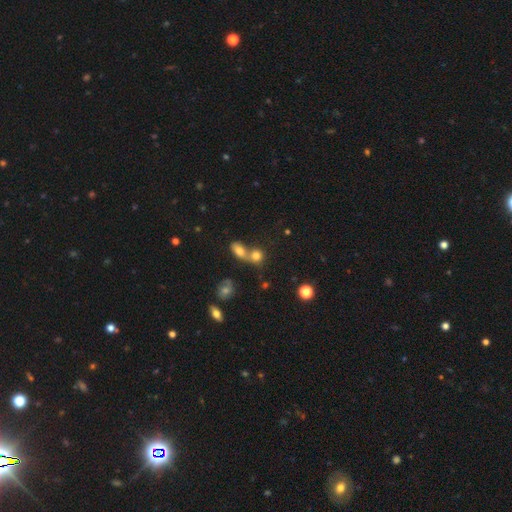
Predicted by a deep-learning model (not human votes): Overall: star or artifact (47%; smooth 37%).